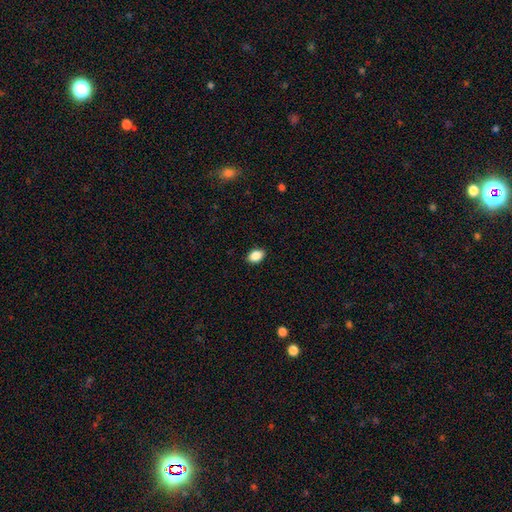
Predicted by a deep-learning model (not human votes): smooth 88%, star or artifact 8%, featured or disk 4%. Down the decision tree: how rounded — in between (84%); merging — none (88%).